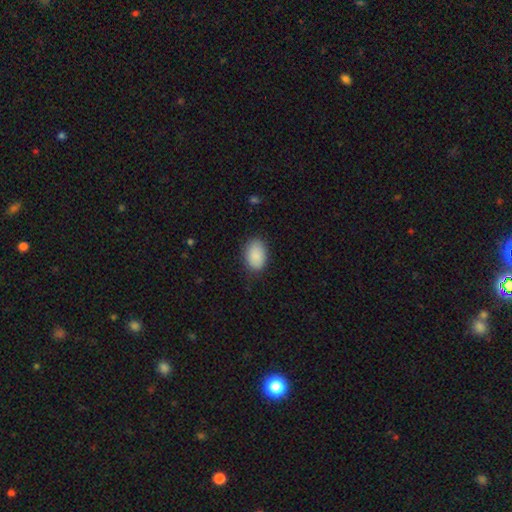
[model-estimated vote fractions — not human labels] Smooth or featured?
  - smooth: 89% *
  - star or artifact: 7%
  - featured or disk: 4%
How rounded?
  - in between: 86% *
  - round: 13%
  - cigar-shaped: 1%
Merging?
  - none: 82% *
  - minor disturbance: 14%
  - major disturbance: 3%
  - merger: 1%